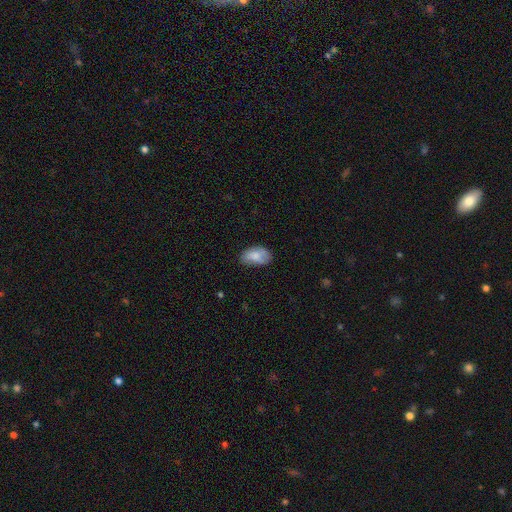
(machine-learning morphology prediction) smooth-or-featured: smooth: 78% | featured or disk: 15% | star or artifact: 7%
  how-rounded: in between: 92% | round: 7% | cigar-shaped: 1%
  merging: none: 61% | minor disturbance: 30% | major disturbance: 8% | merger: 2%